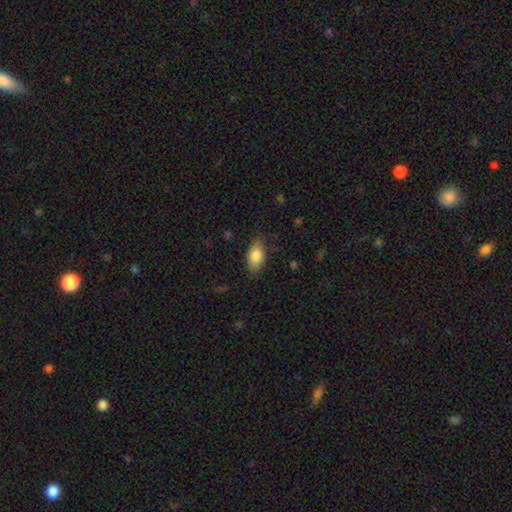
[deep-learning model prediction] Overall: smooth (84%). How rounded: in between (89%). Merging: none (77%).